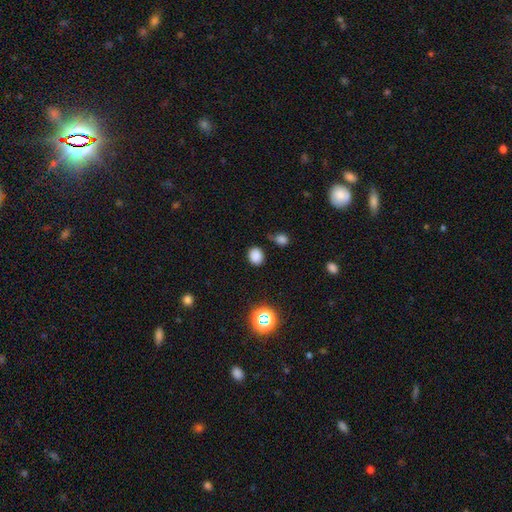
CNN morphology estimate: Q: Smooth or featured?
A: smooth (81%); runner-up: star or artifact (15%)
Q: How rounded?
A: round (55%); runner-up: in between (44%)
Q: Merging?
A: none (79%); runner-up: minor disturbance (13%)